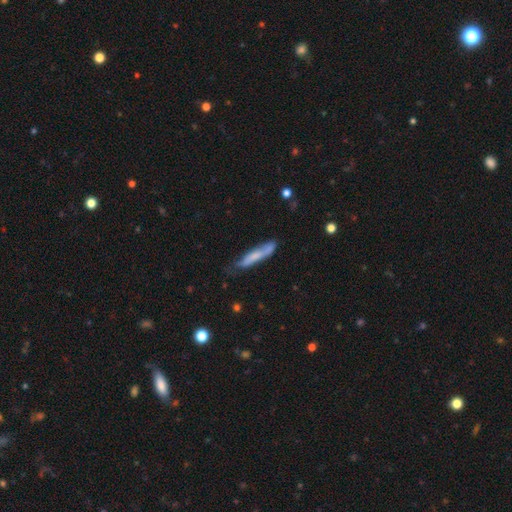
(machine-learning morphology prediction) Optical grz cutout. It shows a smooth galaxy with no disk features (60%) that is cigar-shaped (87%). Merging: none (56%).